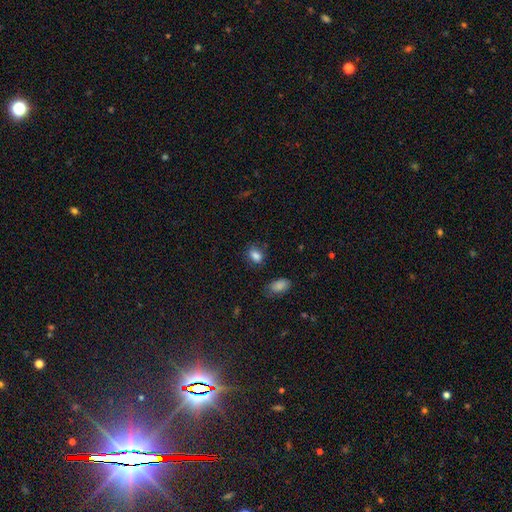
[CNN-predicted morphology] Smooth or featured: smooth — 84% (star or artifact — 10%)
How rounded: in between — 74% (round — 24%)
Merging: none — 78% (minor disturbance — 16%)